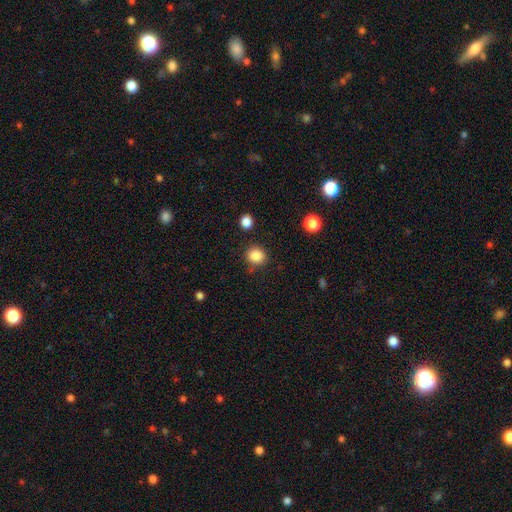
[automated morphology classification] smooth 86%, star or artifact 10%, featured or disk 4%. Down the decision tree: how rounded — round (81%); merging — none (84%).